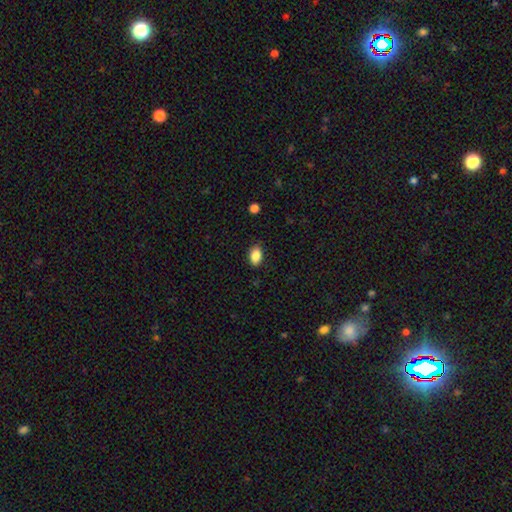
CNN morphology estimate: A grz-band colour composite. It shows a smooth galaxy with no disk features (87%) that is in between round and cigar-shaped (87%). Merging: none (86%).